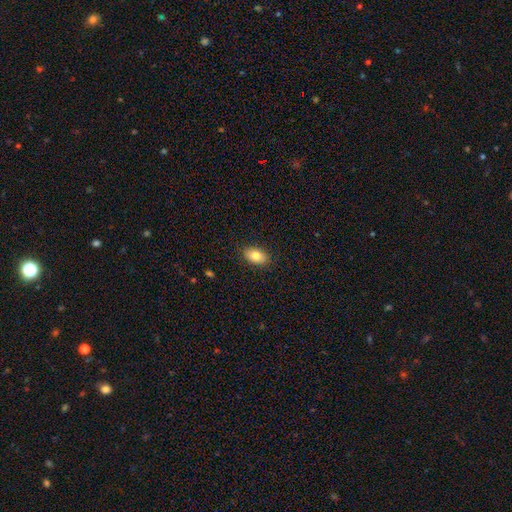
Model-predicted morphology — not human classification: Smooth or featured? smooth (82%)
How rounded? in between (88%)
Merging? none (87%)